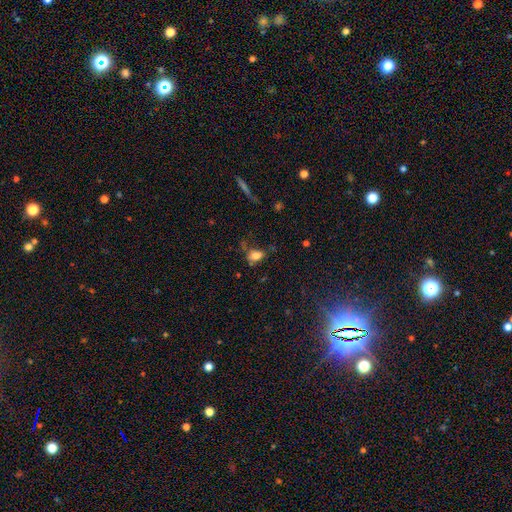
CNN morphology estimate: smooth-or-featured: smooth: 78% | star or artifact: 13% | featured or disk: 9%
  how-rounded: in between: 83% | round: 13% | cigar-shaped: 3%
  merging: none: 55% | minor disturbance: 25% | major disturbance: 14% | merger: 6%